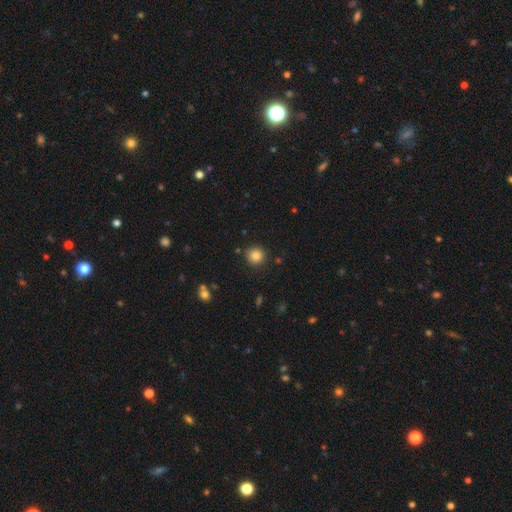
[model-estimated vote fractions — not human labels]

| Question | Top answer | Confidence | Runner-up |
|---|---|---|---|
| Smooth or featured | smooth | 84% | star or artifact (11%) |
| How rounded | round | 92% | in between (7%) |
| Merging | none | 88% | minor disturbance (7%) |